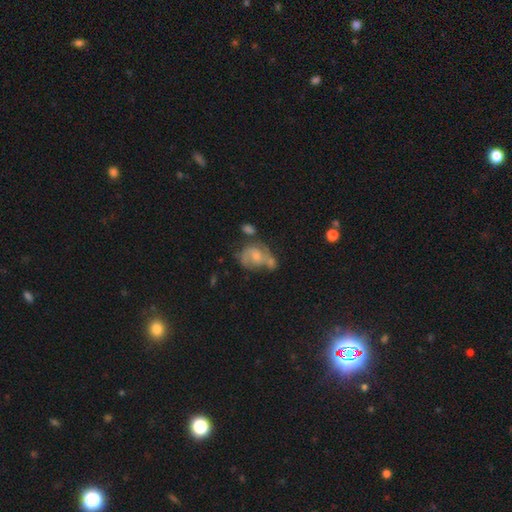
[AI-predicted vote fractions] Smooth or featured? Predicted: featured or disk (p=0.63). Edge-on disk? Predicted: no (p=0.97). Bar? Predicted: no (p=0.60). Spiral arms? Predicted: yes (p=0.83). Spiral winding? Predicted: medium (p=0.49). Spiral arm count? Predicted: 2 (p=0.74). Bulge size? Predicted: moderate (p=0.44). Merging? Predicted: none (p=0.36).